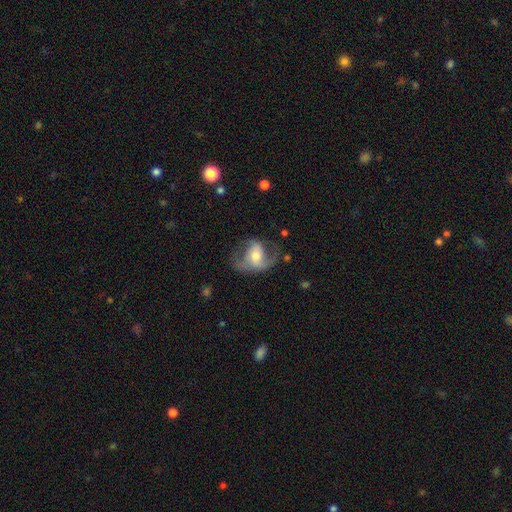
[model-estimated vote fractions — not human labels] Morphology: type=featured or disk (68%); edge-on=no (96%); bar=no (40%); spiral arms=yes (81%); winding=loose (44%); arm count=2 (75%); bulge=moderate (60%); merging=none (50%).